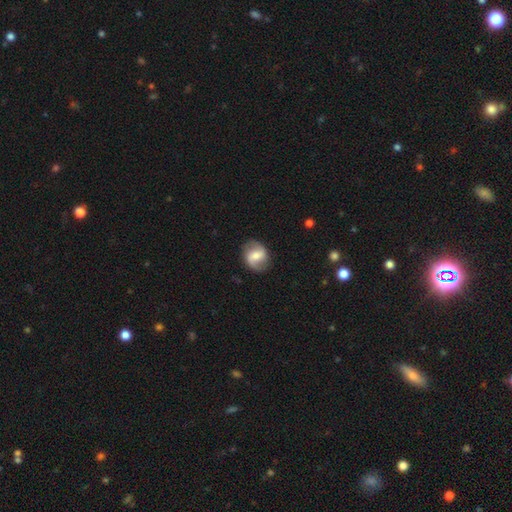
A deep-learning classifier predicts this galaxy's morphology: This is likely a featured or disk galaxy (64%). It is clearly not viewed edge-on (97%). Bar: possibly weak (47%). Spiral arm pattern: clearly yes (87%). Spiral arm count: clearly 2 (89%). Spiral winding: marginally loose (43%). Central bulge: possibly moderate (52%). Merging: clearly none (84%).